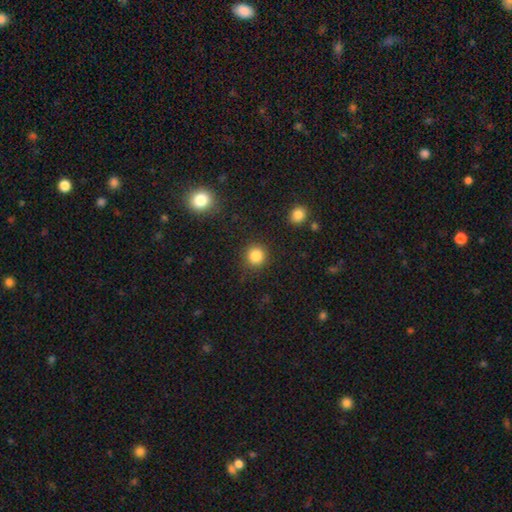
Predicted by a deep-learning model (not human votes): The model was most divided on "smooth or featured": smooth: 85%, star or artifact: 11%, featured or disk: 4%. More confident: how rounded — round (92%); merging — none (89%).